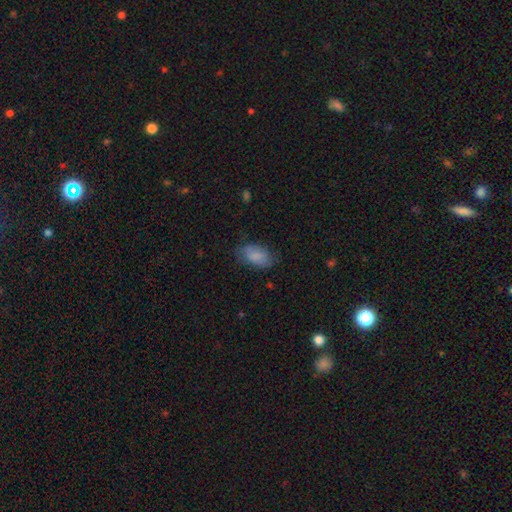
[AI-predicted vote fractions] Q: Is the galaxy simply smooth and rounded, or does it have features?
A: smooth — 82%.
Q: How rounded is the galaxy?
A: in between — 92%.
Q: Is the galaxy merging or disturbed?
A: none — 69%.